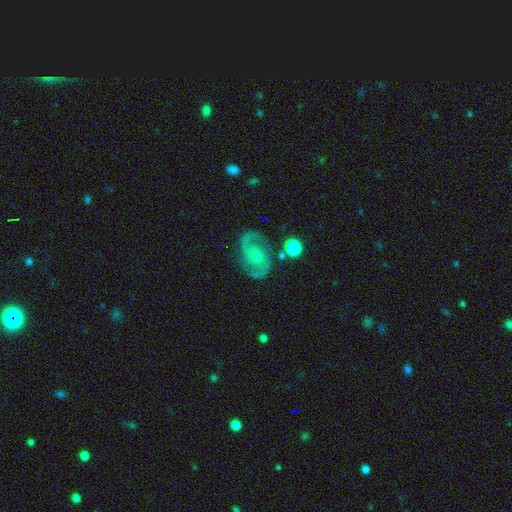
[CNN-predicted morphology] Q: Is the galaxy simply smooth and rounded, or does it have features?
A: featured or disk — 86%.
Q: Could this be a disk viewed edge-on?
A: no — 97%.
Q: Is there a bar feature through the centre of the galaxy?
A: no — 65%.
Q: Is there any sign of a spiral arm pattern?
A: yes — 95%.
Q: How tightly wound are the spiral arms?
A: medium — 54%.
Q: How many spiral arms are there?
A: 2 — 90%.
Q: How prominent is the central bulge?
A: small — 62%.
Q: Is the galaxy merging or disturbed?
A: none — 79%.